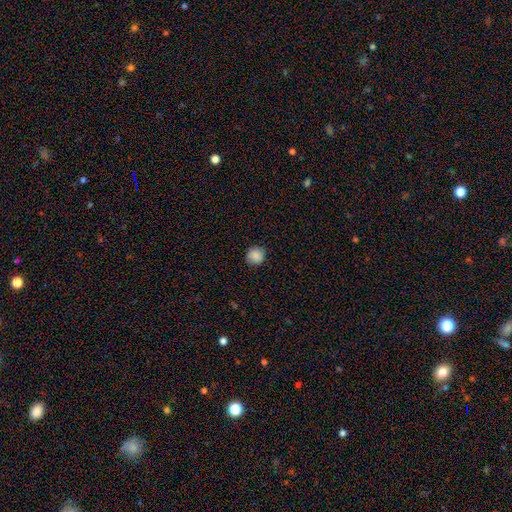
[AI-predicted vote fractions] The model was most divided on "smooth or featured": smooth: 88%, star or artifact: 9%, featured or disk: 3%. More confident: how rounded — round (93%); merging — none (89%).